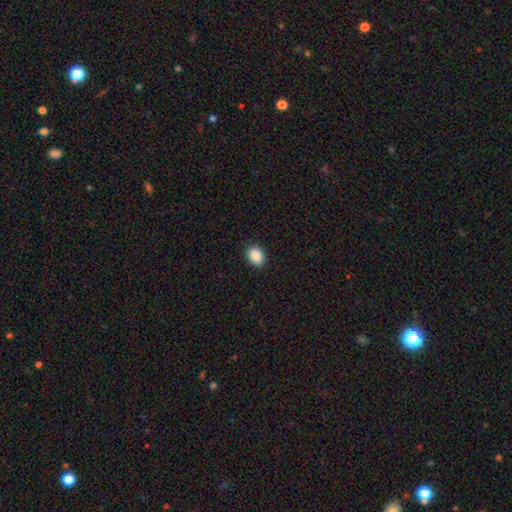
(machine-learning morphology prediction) smooth_or_featured: smooth (p=0.90) [alt: star or artifact p=0.08]
how_rounded: in between (p=0.72) [alt: round p=0.27]
merging: none (p=0.90) [alt: minor disturbance p=0.07]